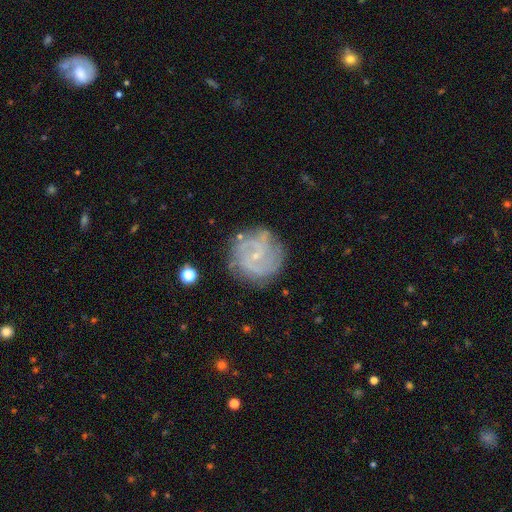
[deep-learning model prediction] This appears to be a featured or disk galaxy (81%) with no bar (52%), 2 (44%) tight (44%) spiral arms (94%) and a small central bulge (83%). Merging: none (77%).